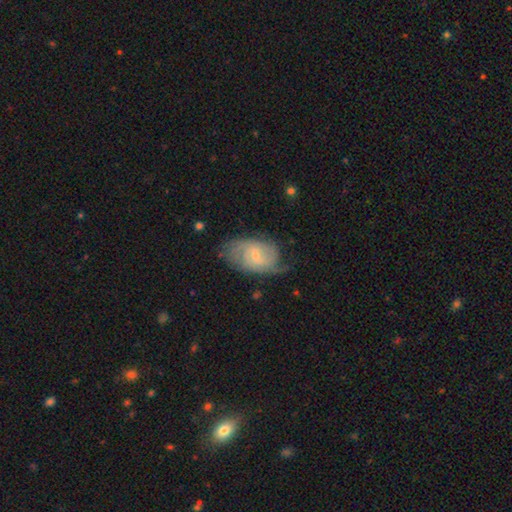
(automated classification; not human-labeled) Overall: featured or disk (70%). Edge-on disk: no (96%). Bar: weak (54%; no 37%). Spiral arms: yes (90%). Spiral arm count: 2 (49%; can't tell 30%). Spiral winding: medium (42%; tight 40%). Bulge size: small (68%). Merging: none (60%; minor disturbance 26%).